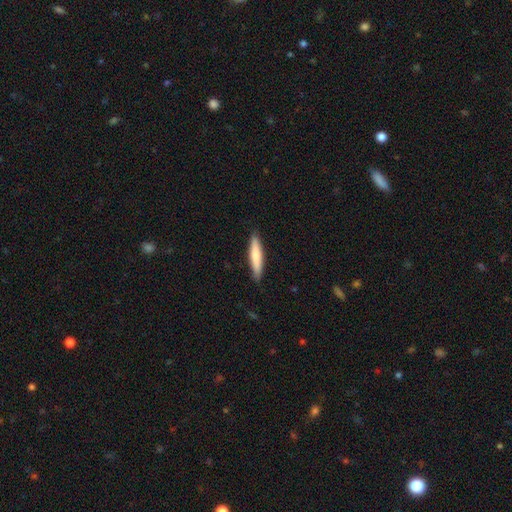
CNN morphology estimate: Smooth or featured?
  - smooth: 75% *
  - featured or disk: 20%
  - star or artifact: 5%
How rounded?
  - cigar-shaped: 87% *
  - in between: 12%
  - round: 1%
Merging?
  - none: 88% *
  - minor disturbance: 9%
  - major disturbance: 2%
  - merger: 1%